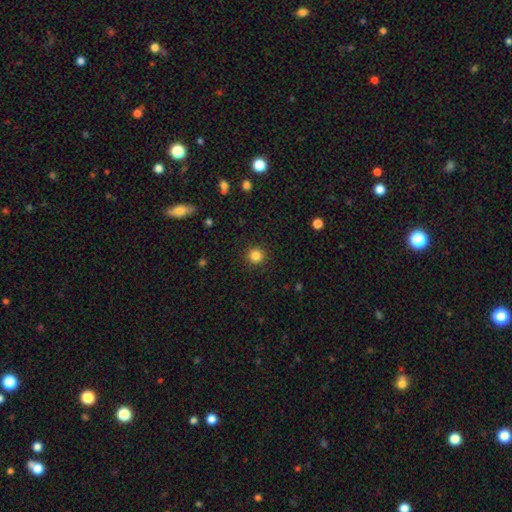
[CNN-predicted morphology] smooth 84%, star or artifact 12%, featured or disk 4%. Down the decision tree: how rounded — round (95%); merging — none (92%).